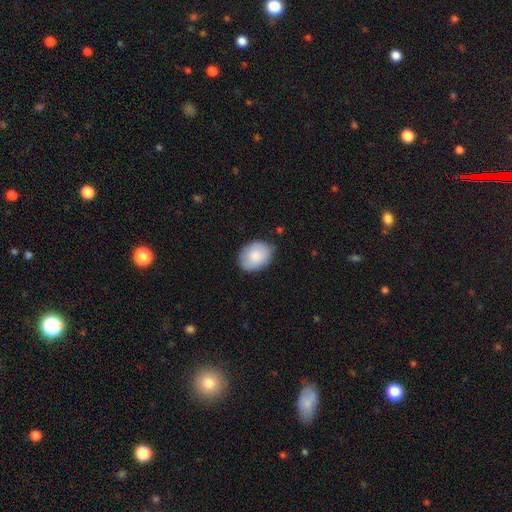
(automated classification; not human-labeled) Smooth or featured?
  - smooth: 83% *
  - featured or disk: 11%
  - star or artifact: 6%
How rounded?
  - in between: 71% *
  - round: 28%
  - cigar-shaped: 1%
Merging?
  - none: 77% *
  - minor disturbance: 18%
  - major disturbance: 3%
  - merger: 1%